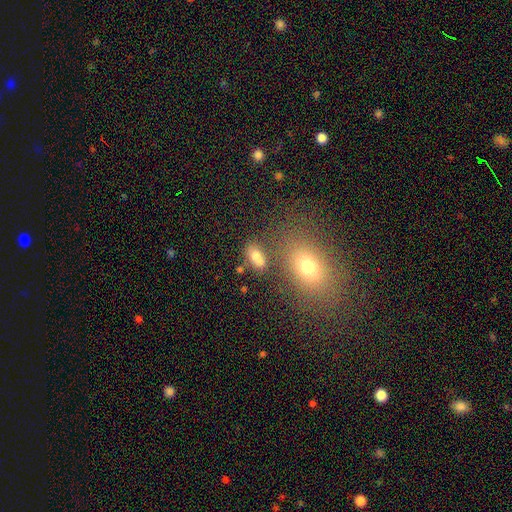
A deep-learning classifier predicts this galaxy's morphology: type=smooth (72%); roundness=in between (82%); merging=none (52%).